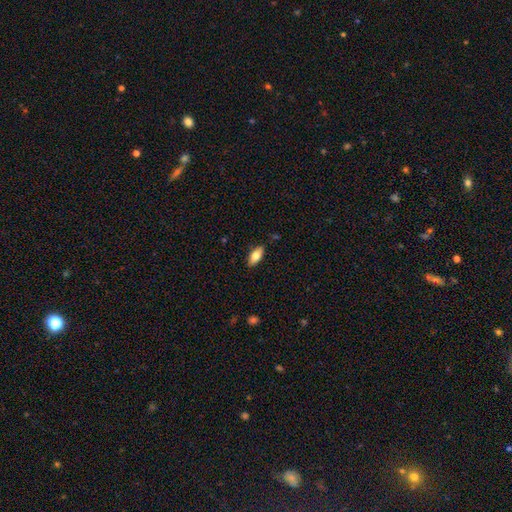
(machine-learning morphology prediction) A smooth galaxy with no disk features (74%) that is in between round and cigar-shaped (86%).

Vote fractions:
- Smooth or featured? smooth: 74% / featured or disk: 20% / star or artifact: 7%
- How rounded? in between: 86% / cigar-shaped: 12% / round: 3%
- Merging? none: 87% / minor disturbance: 10% / major disturbance: 2% / merger: 1%